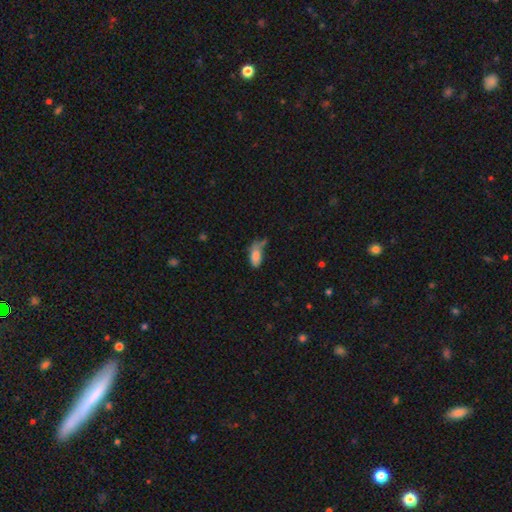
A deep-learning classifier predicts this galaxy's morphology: Smooth or featured?
  - smooth: 80% *
  - featured or disk: 11%
  - star or artifact: 9%
How rounded?
  - in between: 89% *
  - cigar-shaped: 8%
  - round: 3%
Merging?
  - none: 38% *
  - minor disturbance: 32%
  - major disturbance: 15%
  - merger: 14%